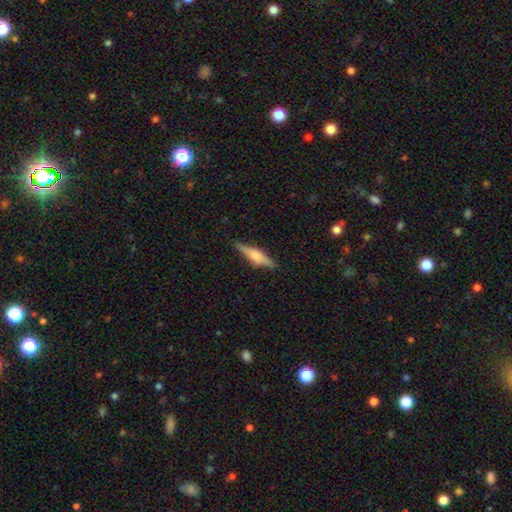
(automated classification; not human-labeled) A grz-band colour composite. It shows a featured or disk galaxy (55%) viewed edge-on (96%) with a rounded central bulge (72%). Merging: none (86%).